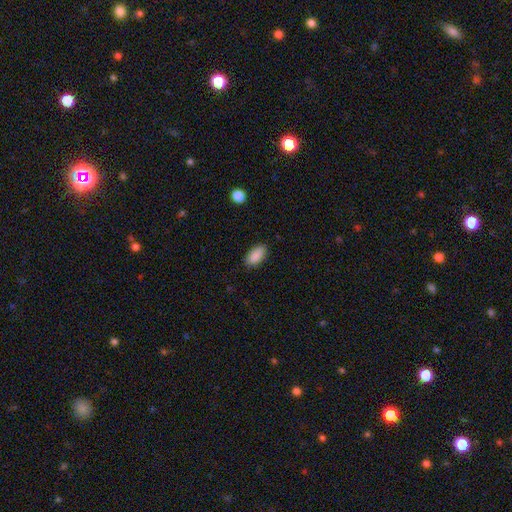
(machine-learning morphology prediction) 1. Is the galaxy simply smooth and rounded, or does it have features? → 89% smooth, 7% star or artifact, 4% featured or disk.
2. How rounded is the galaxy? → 91% in between, 7% cigar-shaped, 3% round.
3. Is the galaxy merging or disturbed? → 86% none, 11% minor disturbance, 2% major disturbance, 1% merger.